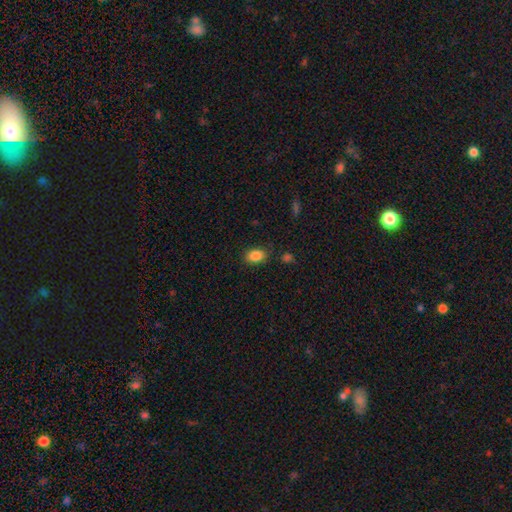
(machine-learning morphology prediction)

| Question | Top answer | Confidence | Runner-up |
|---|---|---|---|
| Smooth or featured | smooth | 87% | star or artifact (9%) |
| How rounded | in between | 81% | round (18%) |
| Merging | none | 83% | minor disturbance (12%) |